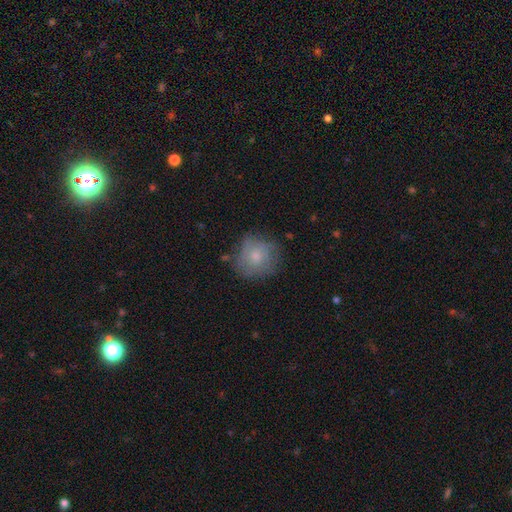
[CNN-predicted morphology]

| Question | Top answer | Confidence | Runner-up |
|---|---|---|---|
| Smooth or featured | smooth | 66% | featured or disk (26%) |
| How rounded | round | 86% | in between (13%) |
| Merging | none | 67% | minor disturbance (22%) |